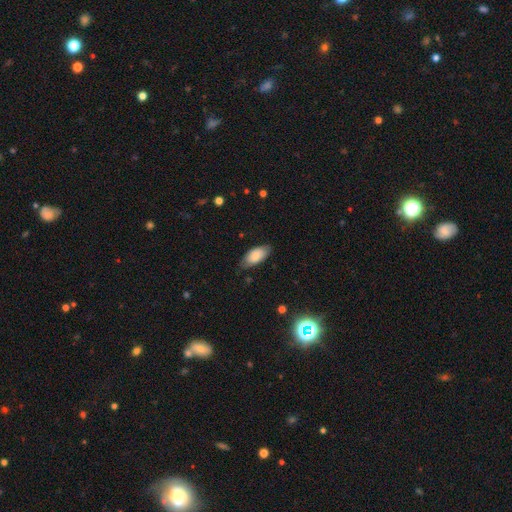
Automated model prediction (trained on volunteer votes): smooth-or-featured: smooth: 80% | featured or disk: 13% | star or artifact: 7%
  how-rounded: in between: 92% | cigar-shaped: 5% | round: 2%
  merging: none: 74% | minor disturbance: 21% | major disturbance: 4% | merger: 1%